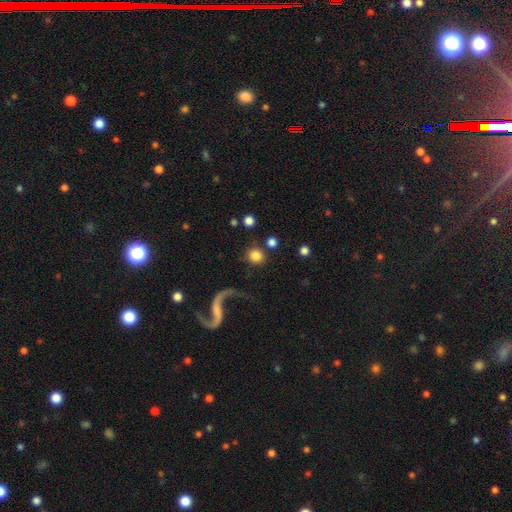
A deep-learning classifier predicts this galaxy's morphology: This is likely a smooth galaxy (79%). How rounded: clearly round (91%). Merging: likely none (76%).